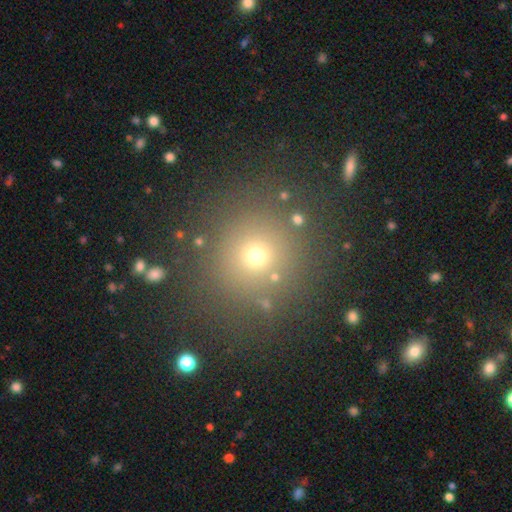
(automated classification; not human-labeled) A smooth galaxy with no disk features (65%) that is round (92%). Merging: none (86%).